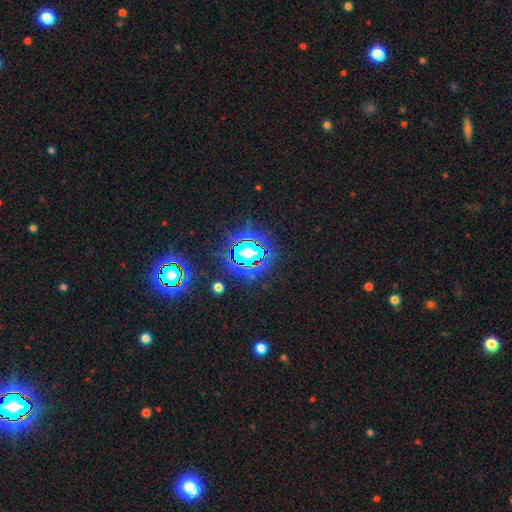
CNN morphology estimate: type=star or artifact (81%).